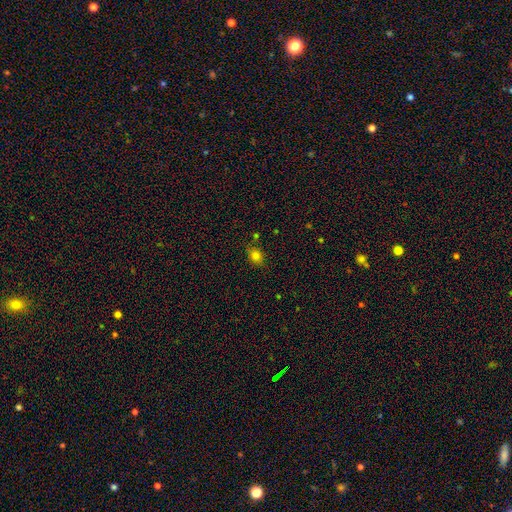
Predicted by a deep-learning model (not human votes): A smooth galaxy with no disk features (79%) that is in between round and cigar-shaped (53%).

Vote fractions:
- Smooth or featured? smooth: 79% / star or artifact: 14% / featured or disk: 7%
- How rounded? in between: 53% / round: 46% / cigar-shaped: 1%
- Merging? none: 77% / minor disturbance: 15% / merger: 5% / major disturbance: 3%